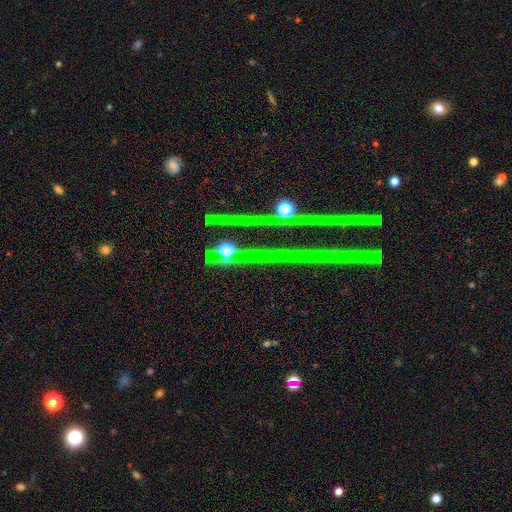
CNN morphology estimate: smooth-or-featured: star or artifact: 72% | featured or disk: 20% | smooth: 8%